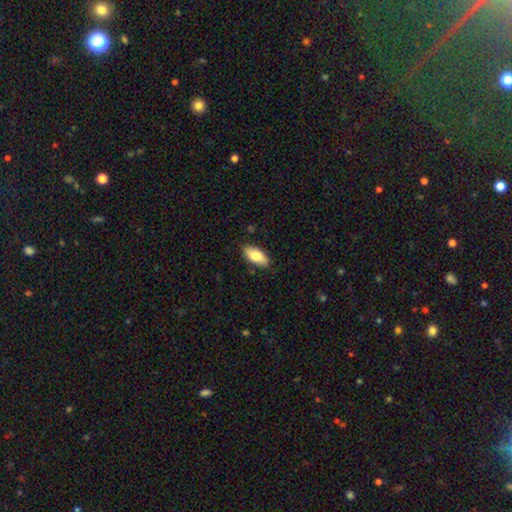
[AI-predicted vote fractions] A smooth galaxy with no disk features (80%) that is in between round and cigar-shaped (91%).

Vote fractions:
- Smooth or featured? smooth: 80% / featured or disk: 13% / star or artifact: 6%
- How rounded? in between: 91% / cigar-shaped: 7% / round: 3%
- Merging? none: 86% / minor disturbance: 11% / major disturbance: 2% / merger: 1%